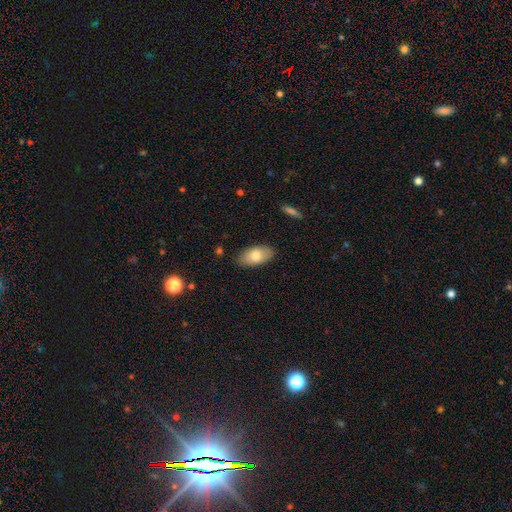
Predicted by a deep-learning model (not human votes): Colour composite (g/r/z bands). It shows a smooth galaxy with no disk features (78%) that is in between round and cigar-shaped (93%). Merging: none (87%).